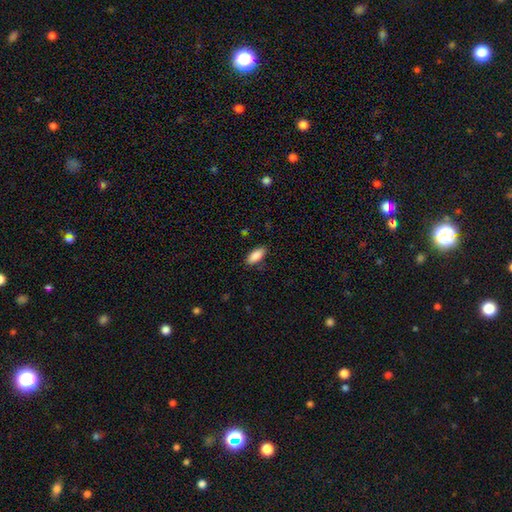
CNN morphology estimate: Q: Smooth or featured?
A: smooth (88%); runner-up: star or artifact (7%)
Q: How rounded?
A: in between (84%); runner-up: cigar-shaped (15%)
Q: Merging?
A: none (85%); runner-up: minor disturbance (11%)